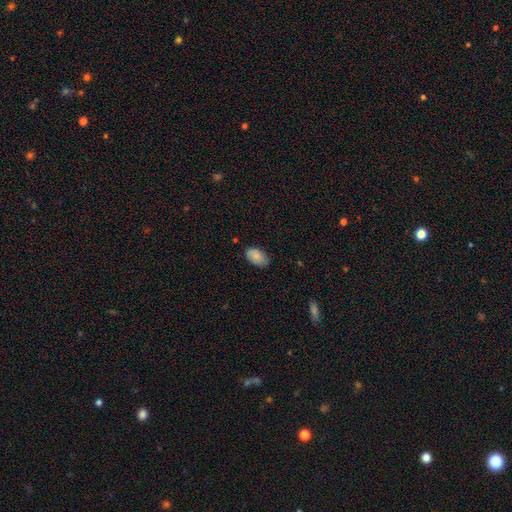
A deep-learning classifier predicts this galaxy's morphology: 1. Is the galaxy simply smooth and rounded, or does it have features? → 85% smooth, 8% featured or disk, 7% star or artifact.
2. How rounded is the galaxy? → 93% in between, 5% round, 1% cigar-shaped.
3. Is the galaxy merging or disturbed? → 79% none, 17% minor disturbance, 3% major disturbance, 1% merger.